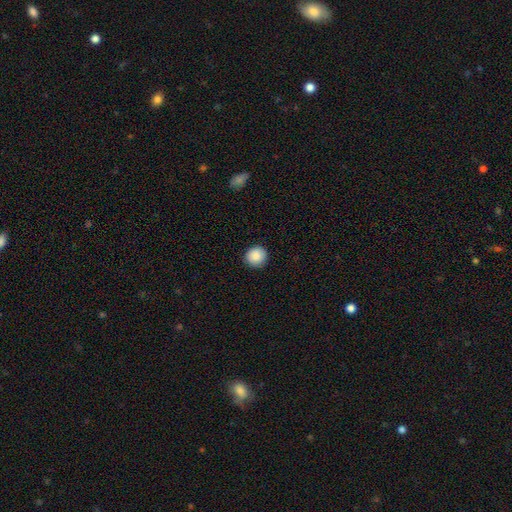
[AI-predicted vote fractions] Smooth or featured?
  - smooth: 89% *
  - star or artifact: 8%
  - featured or disk: 3%
How rounded?
  - round: 92% *
  - in between: 7%
  - cigar-shaped: 1%
Merging?
  - none: 91% *
  - minor disturbance: 6%
  - major disturbance: 2%
  - merger: 1%